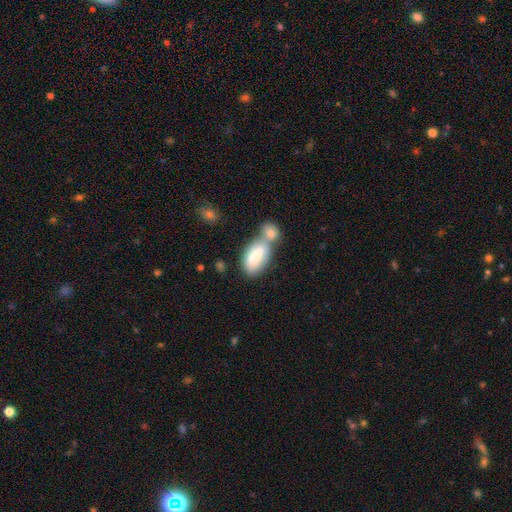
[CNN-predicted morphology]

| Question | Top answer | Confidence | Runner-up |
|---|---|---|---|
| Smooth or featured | smooth | 81% | featured or disk (13%) |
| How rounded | in between | 93% | cigar-shaped (4%) |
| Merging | merger | 60% | none (23%) |